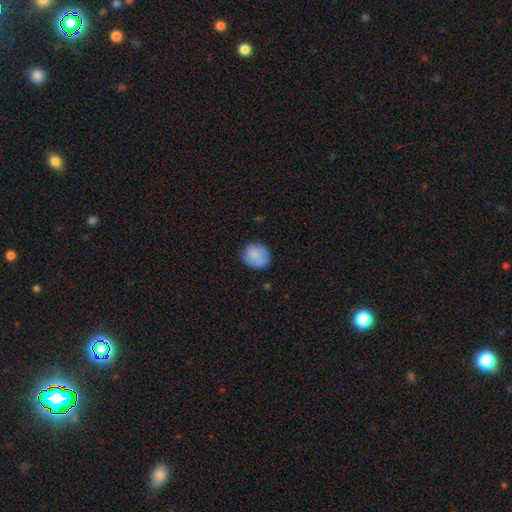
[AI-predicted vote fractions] This appears to be a smooth galaxy with no disk features (83%) that is round (76%). Merging: none (76%).